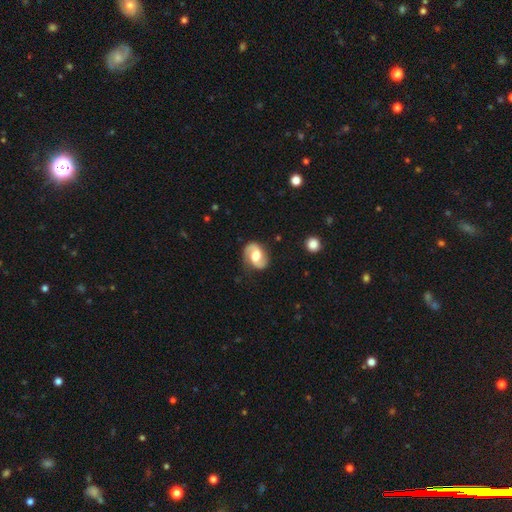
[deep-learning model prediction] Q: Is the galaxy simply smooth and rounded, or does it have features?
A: featured or disk — 79%.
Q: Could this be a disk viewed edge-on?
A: no — 98%.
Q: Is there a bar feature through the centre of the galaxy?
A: no — 43%, tied with weak.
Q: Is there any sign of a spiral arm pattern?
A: yes — 94%.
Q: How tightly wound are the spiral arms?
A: medium — 46%.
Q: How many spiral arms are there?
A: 2 — 90%.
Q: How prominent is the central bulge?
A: moderate — 64%.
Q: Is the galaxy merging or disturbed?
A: none — 79%.